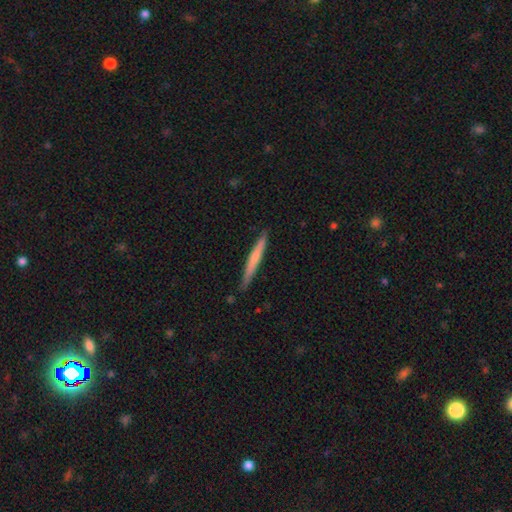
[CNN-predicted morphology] Smooth or featured? featured or disk (54%)
Edge-on disk? yes (97%)
Edge-on bulge? none (48%)
Merging? none (90%)